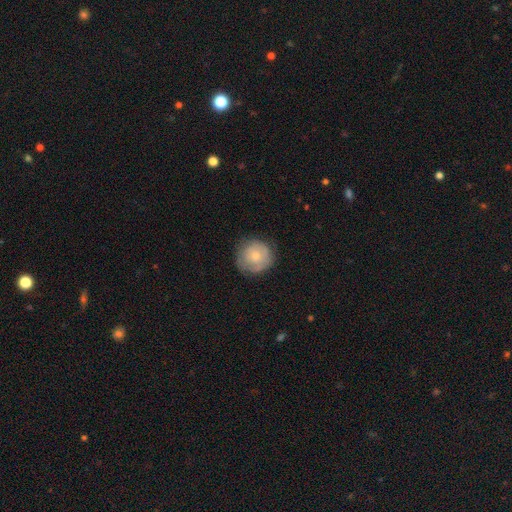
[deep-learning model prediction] A smooth galaxy with no disk features (63%) that is round (91%). Merging: none (74%).